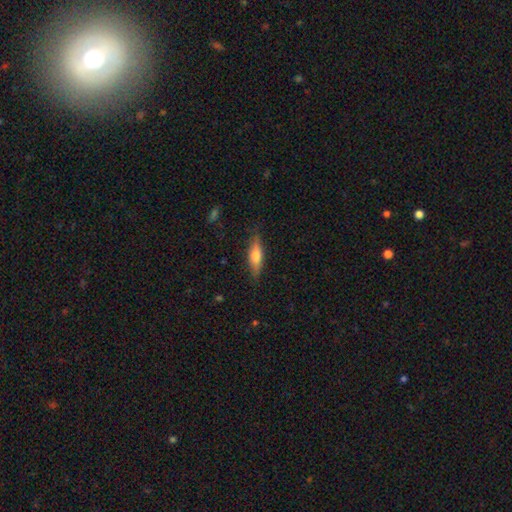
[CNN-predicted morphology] smooth-or-featured: smooth: 58% | featured or disk: 35% | star or artifact: 6%
  how-rounded: cigar-shaped: 56% | in between: 41% | round: 2%
  merging: none: 83% | minor disturbance: 13% | major disturbance: 3% | merger: 1%